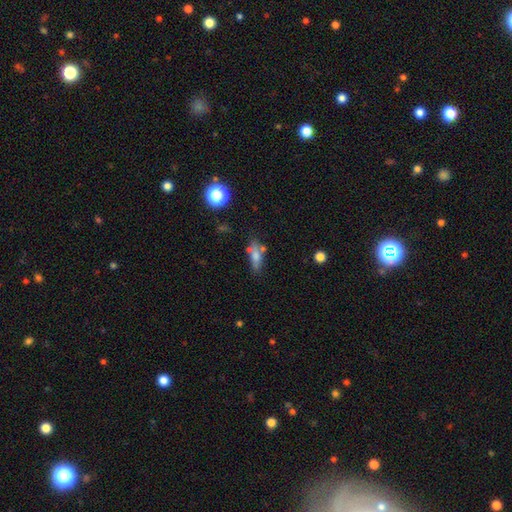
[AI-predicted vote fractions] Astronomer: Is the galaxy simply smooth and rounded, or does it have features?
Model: smooth — 64%.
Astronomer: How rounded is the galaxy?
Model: in between — 64%.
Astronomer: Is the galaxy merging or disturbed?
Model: none — 51%.